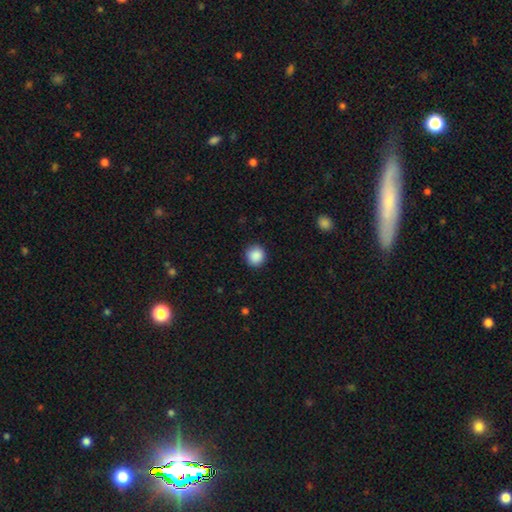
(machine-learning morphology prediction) smooth 89%, star or artifact 9%, featured or disk 3%. Down the decision tree: how rounded — round (91%); merging — none (90%).